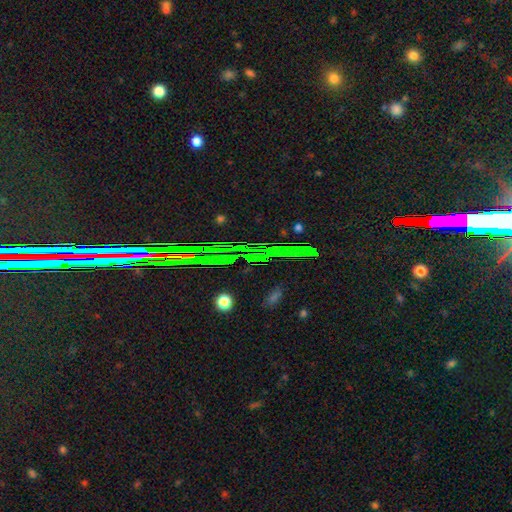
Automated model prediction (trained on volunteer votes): A star or artifact, not a galaxy (82%).

Vote fractions:
- Smooth or featured? star or artifact: 82% / featured or disk: 10% / smooth: 9%